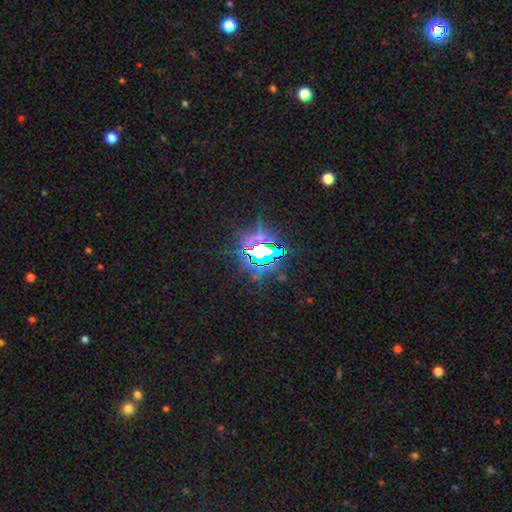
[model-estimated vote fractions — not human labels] A star or artifact, not a galaxy (81%).

Vote fractions:
- Smooth or featured? star or artifact: 81% / smooth: 10% / featured or disk: 9%